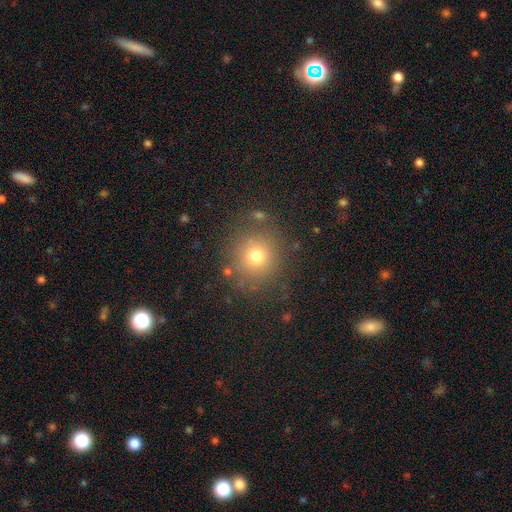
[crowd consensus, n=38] Smooth or featured? 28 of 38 (74%) said smooth. How rounded? 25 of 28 (89%) said round. Merging? 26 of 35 (74%) said none.